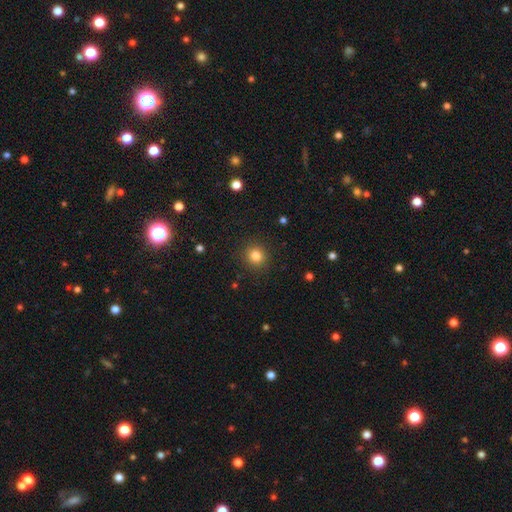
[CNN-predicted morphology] Smooth or featured? smooth (82%)
How rounded? round (92%)
Merging? none (91%)